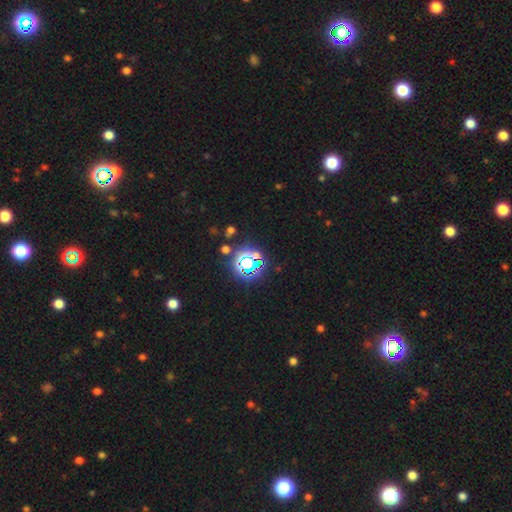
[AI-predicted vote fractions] Q: Smooth or featured?
A: star or artifact (72%); runner-up: smooth (18%)